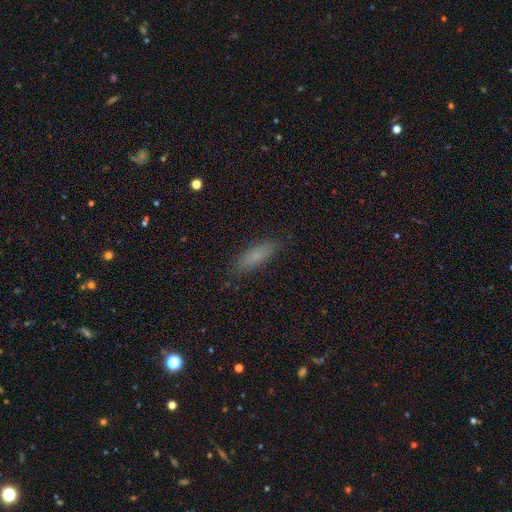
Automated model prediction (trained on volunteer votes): Morphology: type=smooth (79%); roundness=cigar-shaped (59%); merging=none (87%).